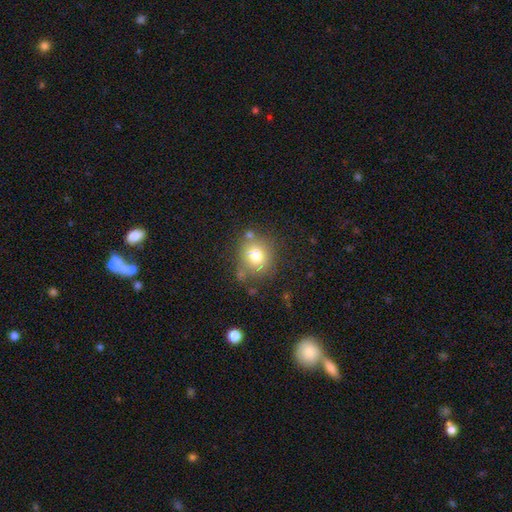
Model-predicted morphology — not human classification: This appears to be a smooth galaxy with no disk features (75%) that is round (77%). Merging: none (66%).